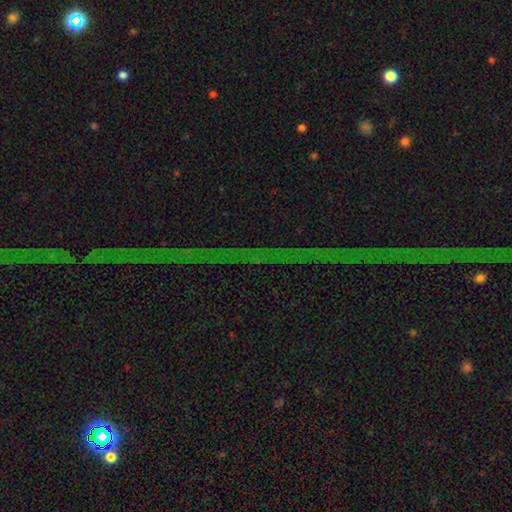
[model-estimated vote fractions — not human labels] A star or artifact, not a galaxy (82%).